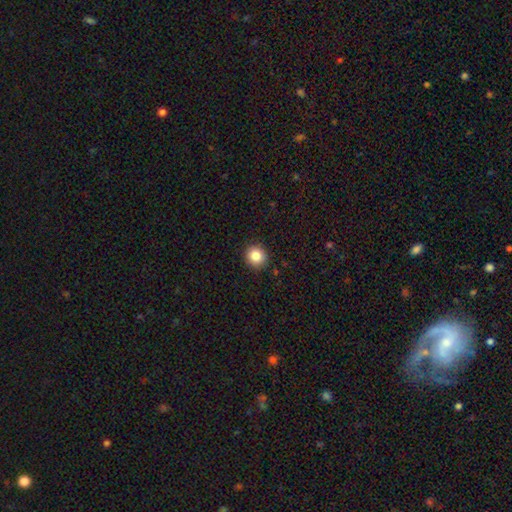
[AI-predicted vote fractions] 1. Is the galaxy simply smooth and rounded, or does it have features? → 86% smooth, 10% star or artifact, 4% featured or disk.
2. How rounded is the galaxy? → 90% round, 9% in between, 1% cigar-shaped.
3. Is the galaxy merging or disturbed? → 91% none, 6% minor disturbance, 2% major disturbance, 1% merger.